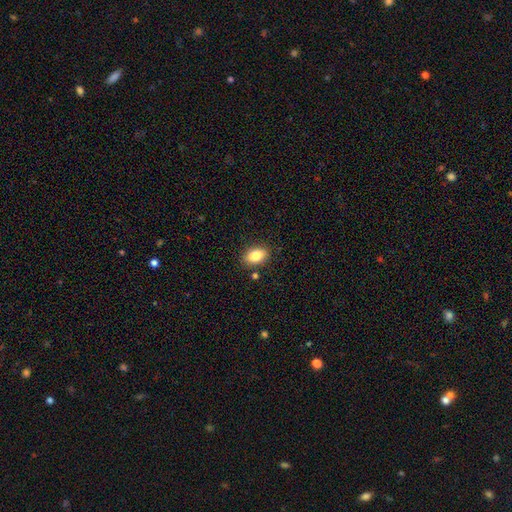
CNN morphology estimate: Smooth or featured: smooth — 83% (featured or disk — 9%)
How rounded: in between — 86% (round — 12%)
Merging: none — 86% (minor disturbance — 9%)